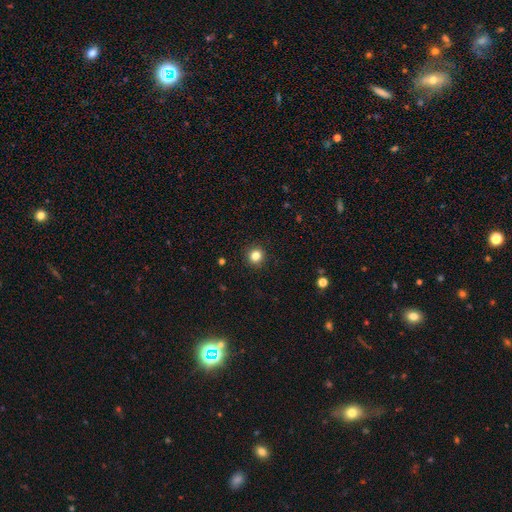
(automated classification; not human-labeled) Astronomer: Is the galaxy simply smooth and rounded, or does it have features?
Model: smooth — 83%.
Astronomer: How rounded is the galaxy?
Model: round — 94%.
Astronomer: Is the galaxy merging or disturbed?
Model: none — 92%.